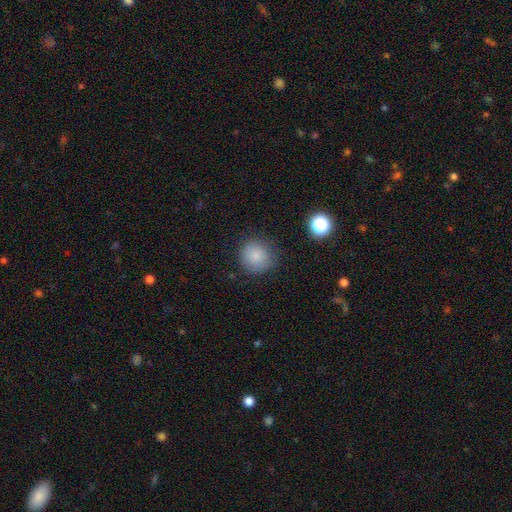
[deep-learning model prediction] A smooth galaxy with no disk features (84%) that is round (92%).

Vote fractions:
- Smooth or featured? smooth: 84% / star or artifact: 10% / featured or disk: 6%
- How rounded? round: 92% / in between: 7% / cigar-shaped: 1%
- Merging? none: 81% / minor disturbance: 13% / major disturbance: 4% / merger: 2%